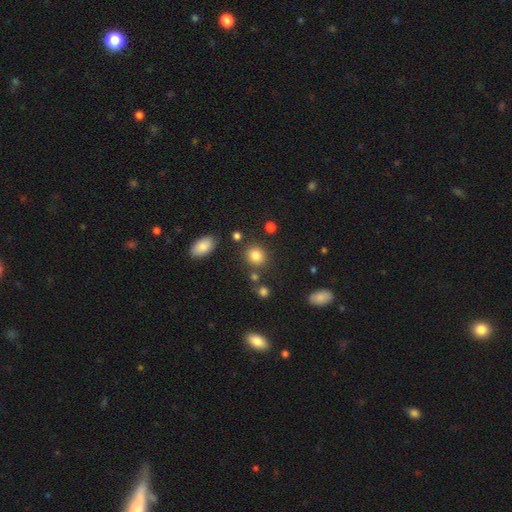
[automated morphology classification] smooth_or_featured: smooth (p=0.83) [alt: star or artifact p=0.11]
how_rounded: round (p=0.78) [alt: in between p=0.21]
merging: none (p=0.81) [alt: minor disturbance p=0.09]